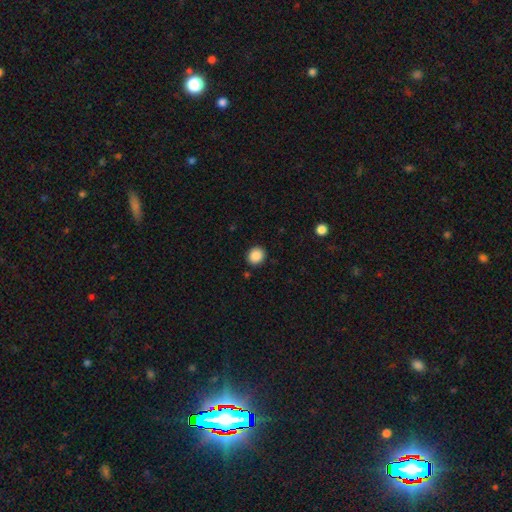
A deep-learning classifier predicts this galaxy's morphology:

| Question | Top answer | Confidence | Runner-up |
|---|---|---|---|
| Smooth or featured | smooth | 88% | star or artifact (9%) |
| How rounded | round | 76% | in between (23%) |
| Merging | none | 89% | minor disturbance (7%) |